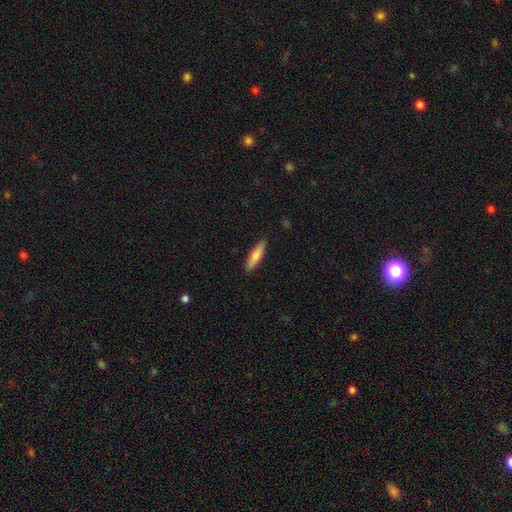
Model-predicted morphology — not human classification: The model was most divided on "how rounded": cigar-shaped: 71%, in between: 27%, round: 2%. More confident: merging — none (88%); smooth or featured — smooth (76%).